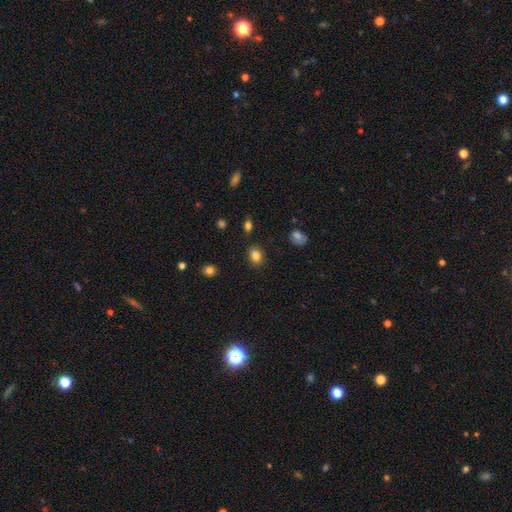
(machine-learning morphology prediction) smooth-or-featured: smooth: 84% | star or artifact: 11% | featured or disk: 6%
  how-rounded: in between: 67% | round: 32% | cigar-shaped: 1%
  merging: none: 81% | minor disturbance: 13% | major disturbance: 3% | merger: 3%